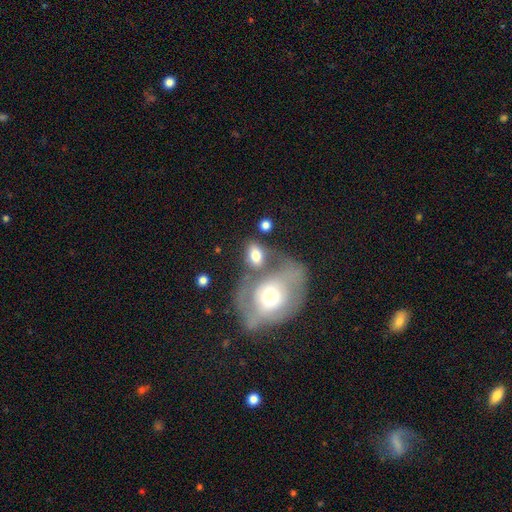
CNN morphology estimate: This is likely a smooth galaxy (67%). How rounded: likely in between (77%). Merging: marginally merger (40%).